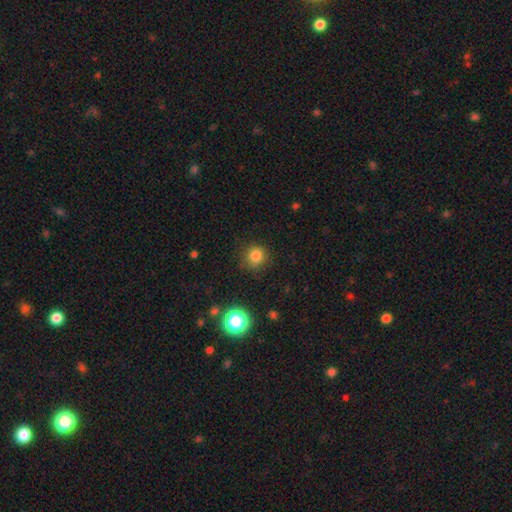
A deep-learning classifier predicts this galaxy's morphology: smooth-or-featured: smooth: 81% | star or artifact: 14% | featured or disk: 5%
  how-rounded: round: 91% | in between: 8% | cigar-shaped: 1%
  merging: none: 85% | minor disturbance: 10% | major disturbance: 3% | merger: 1%